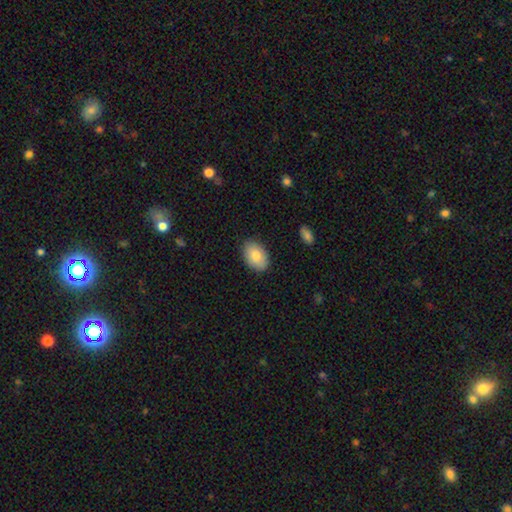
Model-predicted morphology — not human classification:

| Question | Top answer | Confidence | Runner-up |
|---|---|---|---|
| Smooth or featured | smooth | 83% | featured or disk (11%) |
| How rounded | in between | 89% | round (10%) |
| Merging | none | 87% | minor disturbance (10%) |